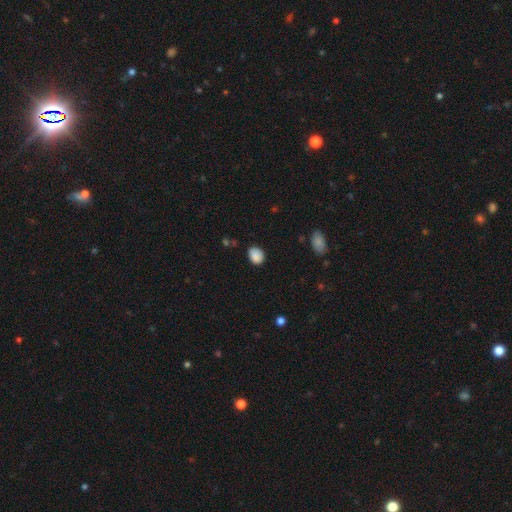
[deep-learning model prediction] This is clearly a smooth galaxy (88%). How rounded: likely in between (65%). Merging: likely none (79%).